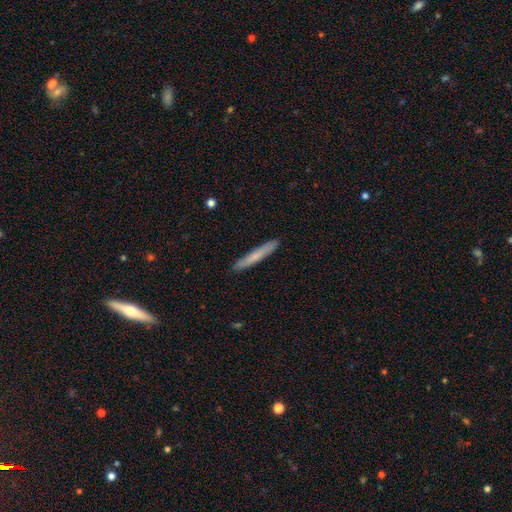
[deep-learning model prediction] This appears to be a smooth galaxy with no disk features (67%) that is cigar-shaped (96%). Merging: none (90%).